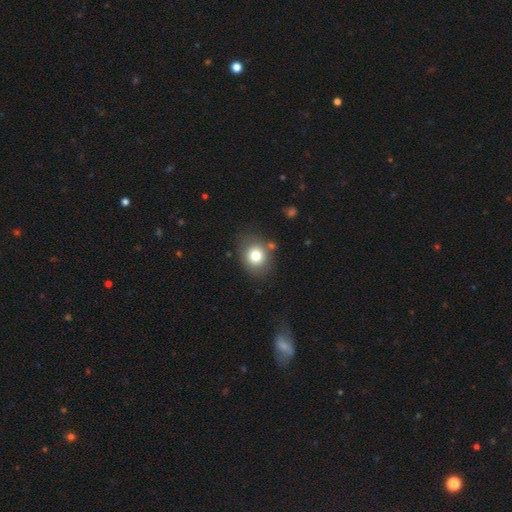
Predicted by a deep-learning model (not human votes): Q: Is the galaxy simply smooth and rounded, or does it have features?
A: smooth — 76%.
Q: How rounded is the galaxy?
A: round — 64%.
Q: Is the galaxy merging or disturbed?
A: none — 77%.